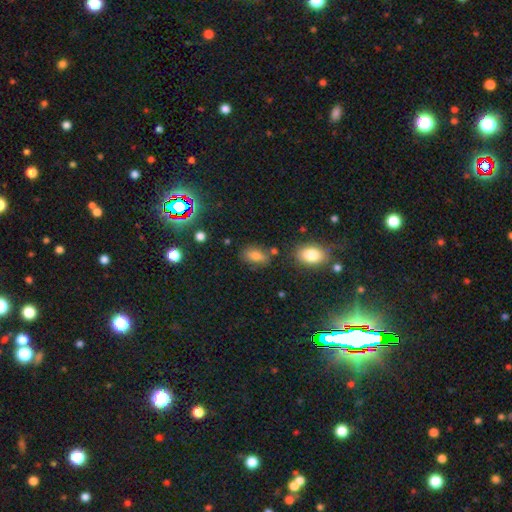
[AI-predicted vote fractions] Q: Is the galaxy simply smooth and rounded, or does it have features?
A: smooth — 75%.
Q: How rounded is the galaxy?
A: in between — 85%.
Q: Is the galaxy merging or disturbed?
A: none — 73%.